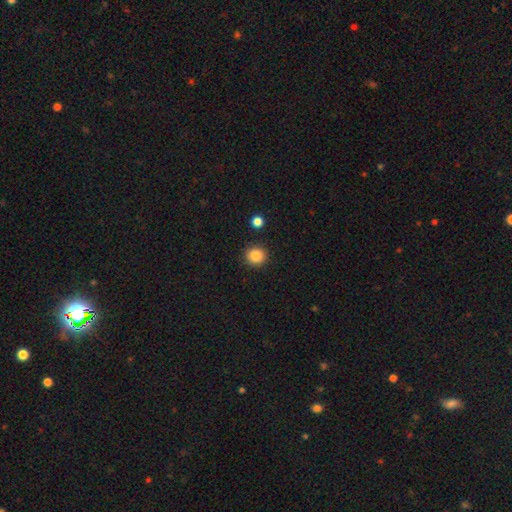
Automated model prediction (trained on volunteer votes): A smooth galaxy with no disk features (86%) that is round (92%). Merging: none (91%).